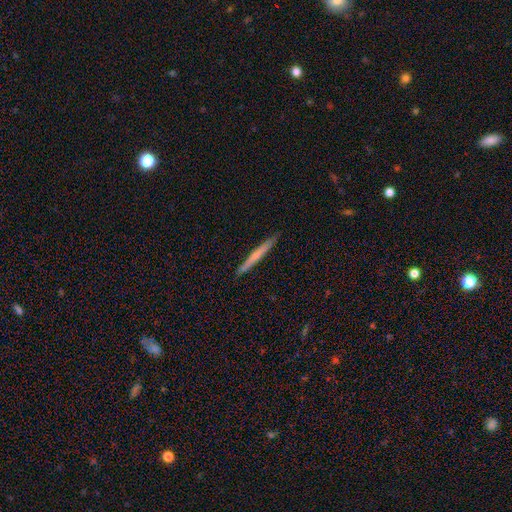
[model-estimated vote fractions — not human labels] The model was most divided on "smooth or featured": smooth: 52%, featured or disk: 42%, star or artifact: 6%. More confident: how rounded — cigar-shaped (97%); merging — none (91%).